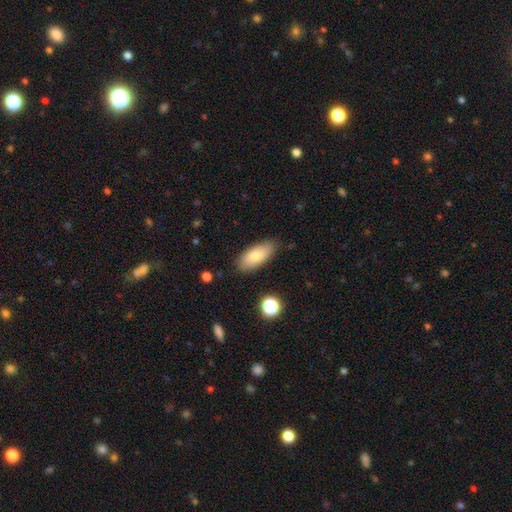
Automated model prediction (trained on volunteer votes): smooth-or-featured: smooth: 78% | featured or disk: 14% | star or artifact: 7%
  how-rounded: in between: 84% | cigar-shaped: 13% | round: 3%
  merging: none: 82% | minor disturbance: 14% | major disturbance: 3% | merger: 2%